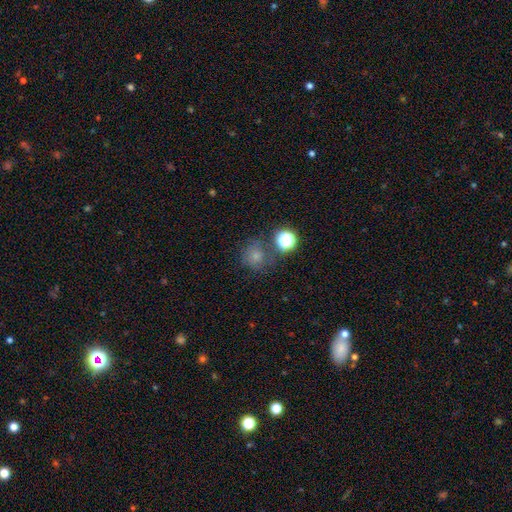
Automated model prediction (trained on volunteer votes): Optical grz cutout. It shows a smooth galaxy with no disk features (72%) that is round (88%). Merging: none (66%).